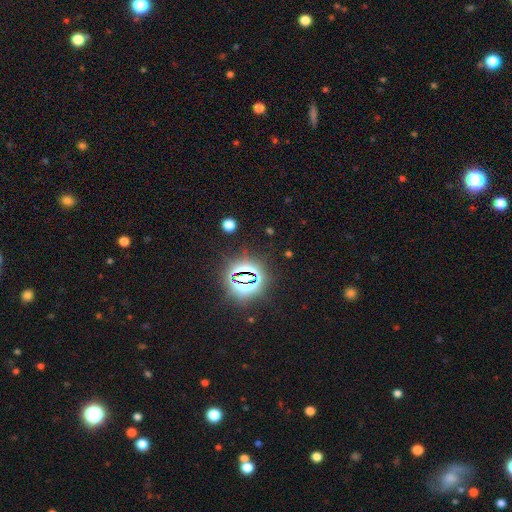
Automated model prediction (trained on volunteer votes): Q: Smooth or featured?
A: star or artifact (81%); runner-up: smooth (12%)